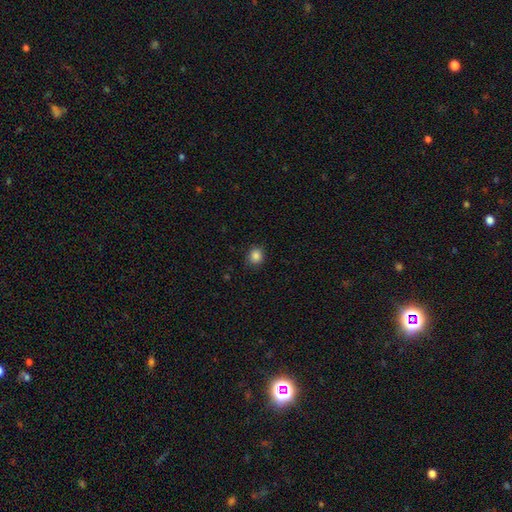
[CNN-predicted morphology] Q: Smooth or featured?
A: smooth (85%); runner-up: star or artifact (11%)
Q: How rounded?
A: round (78%); runner-up: in between (21%)
Q: Merging?
A: none (87%); runner-up: minor disturbance (10%)